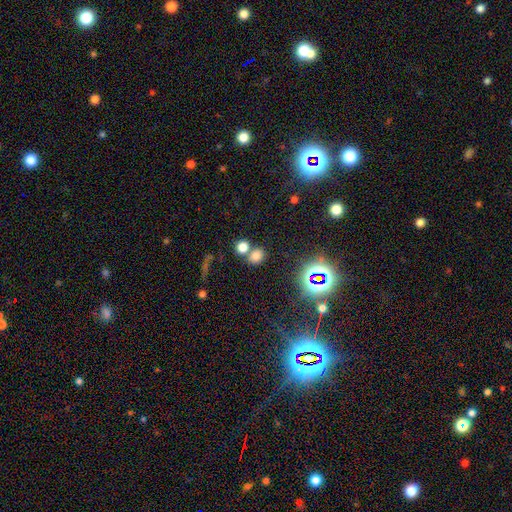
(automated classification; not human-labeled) Smooth or featured? Predicted: smooth (p=0.70). How rounded? Predicted: round (p=0.62). Merging? Predicted: none (p=0.58).